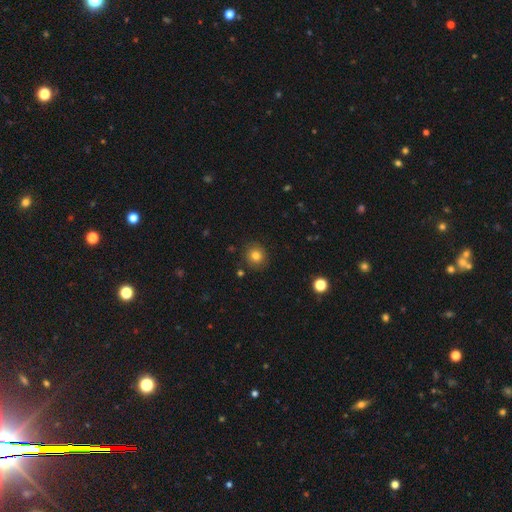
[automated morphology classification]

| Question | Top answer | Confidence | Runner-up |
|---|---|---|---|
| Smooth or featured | smooth | 80% | star or artifact (13%) |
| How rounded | round | 87% | in between (12%) |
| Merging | none | 88% | minor disturbance (8%) |